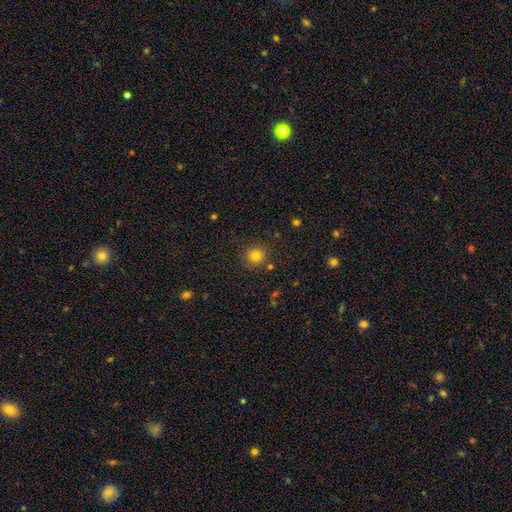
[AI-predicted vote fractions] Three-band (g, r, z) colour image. It shows a smooth galaxy with no disk features (79%) that is round (93%). Merging: none (87%).